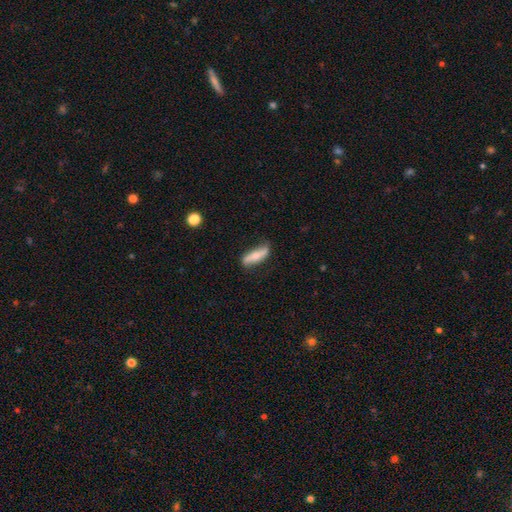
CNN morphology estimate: smooth 54%, featured or disk 40%, star or artifact 6%. Down the decision tree: how rounded — cigar-shaped (54%); merging — none (75%).